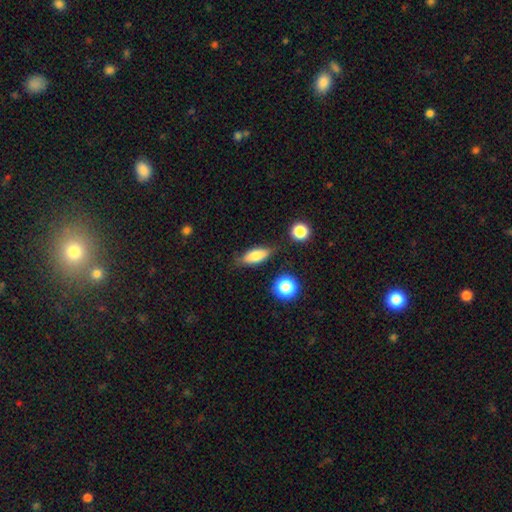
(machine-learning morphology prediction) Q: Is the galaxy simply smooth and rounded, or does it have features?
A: smooth — 76%.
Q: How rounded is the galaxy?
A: in between — 74%.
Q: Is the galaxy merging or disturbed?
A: none — 76%.